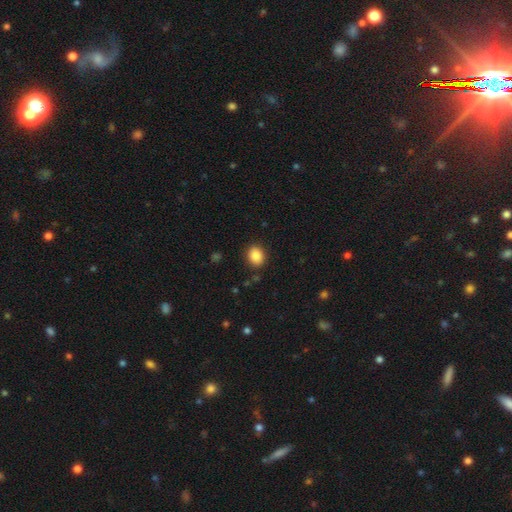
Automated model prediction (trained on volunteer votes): smooth 88%, star or artifact 9%, featured or disk 4%. Down the decision tree: how rounded — round (58%); merging — none (88%).